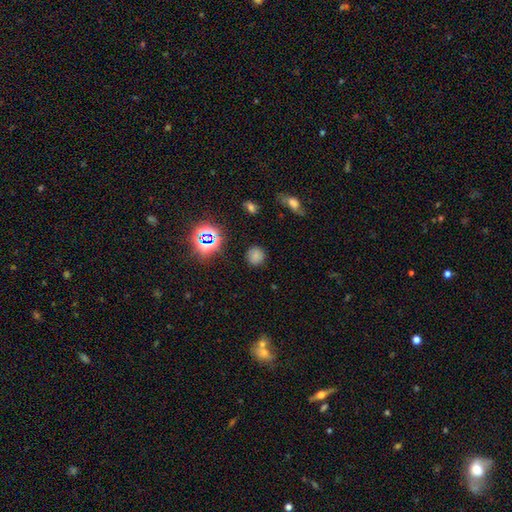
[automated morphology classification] type=smooth (71%); roundness=round (89%); merging=none (85%).